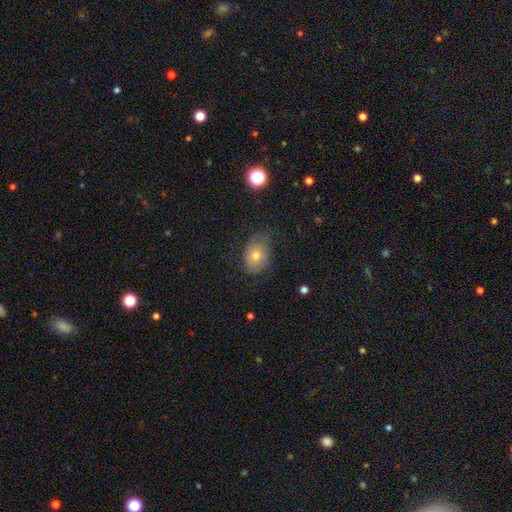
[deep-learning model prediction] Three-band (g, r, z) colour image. It shows a smooth galaxy with no disk features (67%) that is in between round and cigar-shaped (63%). Merging: none (62%).